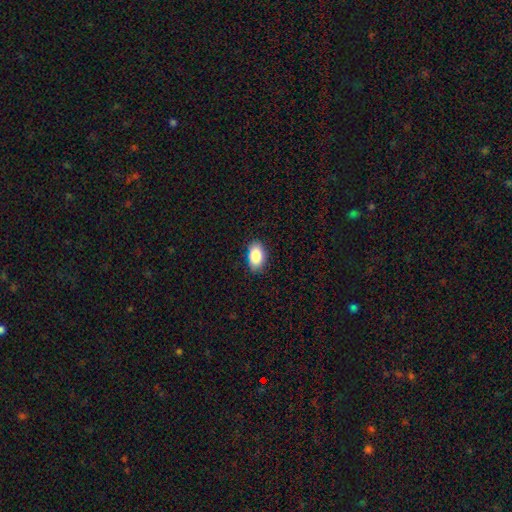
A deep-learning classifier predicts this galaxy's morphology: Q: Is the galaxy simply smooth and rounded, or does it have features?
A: smooth — 87%.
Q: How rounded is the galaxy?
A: in between — 91%.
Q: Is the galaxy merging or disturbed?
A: none — 83%.